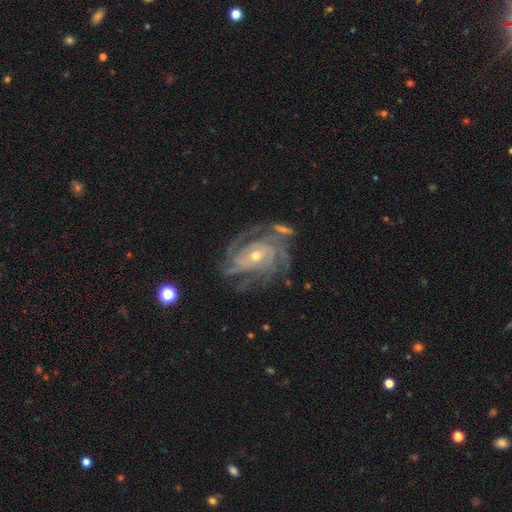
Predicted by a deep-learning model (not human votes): Smooth or featured? featured or disk (91%)
Edge-on disk? no (97%)
Bar? no (59%)
Spiral arms? yes (98%)
Spiral winding? tight (68%)
Spiral arm count? 4 (31%)
Bulge size? small (59%)
Merging? none (69%)